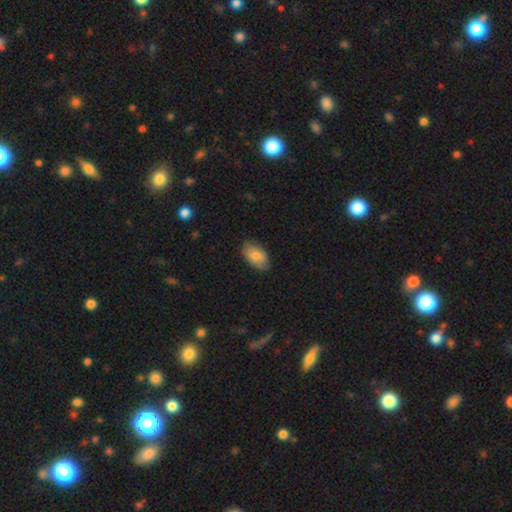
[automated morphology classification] The model was most divided on "merging": none: 82%, minor disturbance: 14%, major disturbance: 3%, merger: 1%. More confident: how rounded — in between (93%); smooth or featured — smooth (82%).